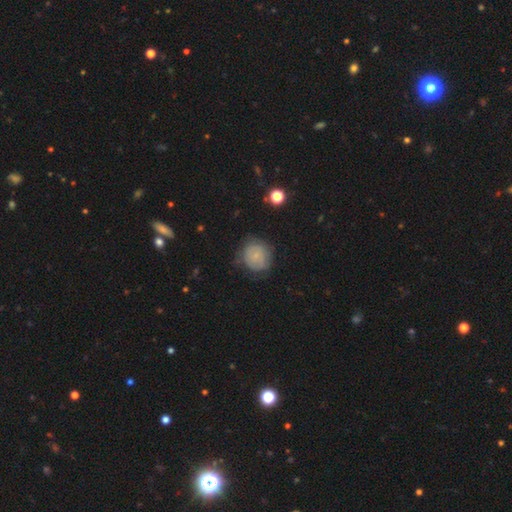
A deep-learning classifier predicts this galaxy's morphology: smooth 67%, featured or disk 23%, star or artifact 9%. Down the decision tree: how rounded — round (87%); merging — none (68%).